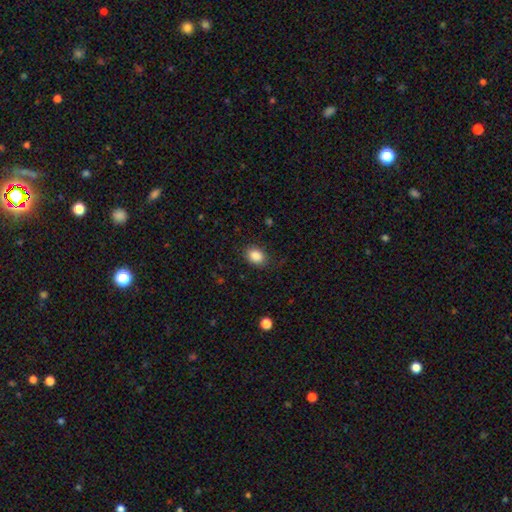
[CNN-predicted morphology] Overall: smooth (87%). How rounded: in between (62%; round 37%). Merging: none (83%).